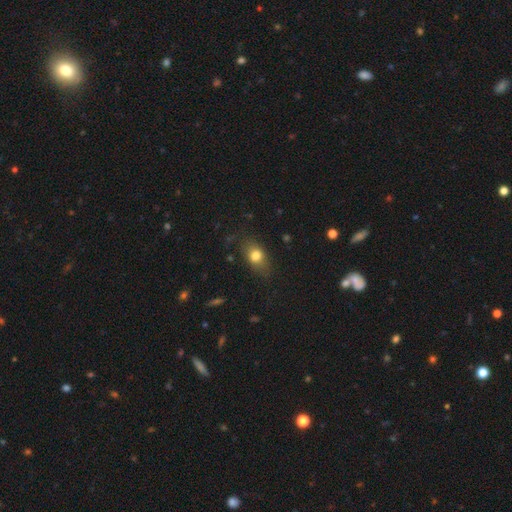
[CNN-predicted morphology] Smooth or featured?
  - smooth: 77% *
  - featured or disk: 13%
  - star or artifact: 10%
How rounded?
  - in between: 71% *
  - round: 24%
  - cigar-shaped: 5%
Merging?
  - none: 76% *
  - minor disturbance: 18%
  - major disturbance: 5%
  - merger: 1%